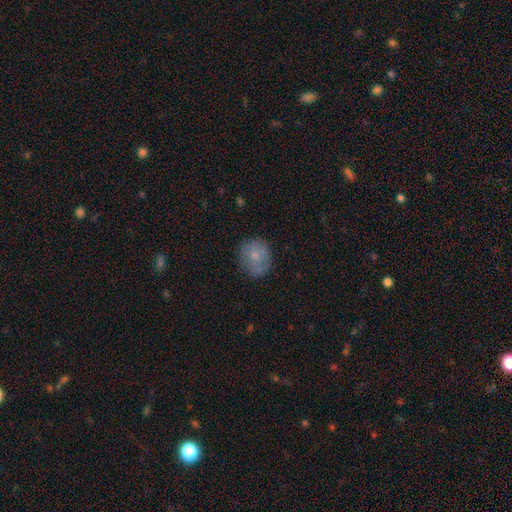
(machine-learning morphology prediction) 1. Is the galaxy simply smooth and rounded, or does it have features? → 73% smooth, 19% featured or disk, 9% star or artifact.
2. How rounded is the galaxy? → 73% round, 26% in between, 1% cigar-shaped.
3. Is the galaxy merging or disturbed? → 69% none, 21% minor disturbance, 6% major disturbance, 4% merger.